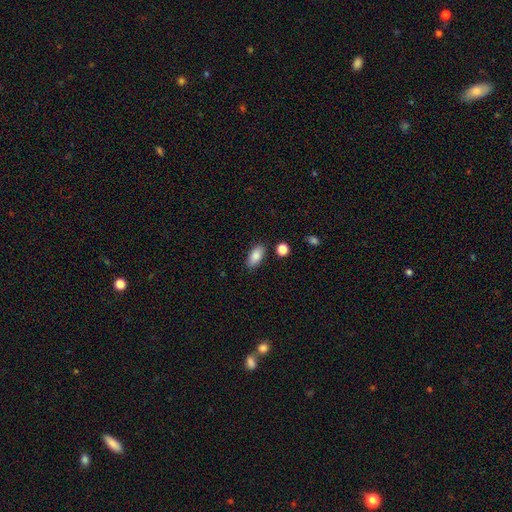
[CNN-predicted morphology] Q: Smooth or featured?
A: smooth (85%); runner-up: star or artifact (7%)
Q: How rounded?
A: in between (90%); runner-up: cigar-shaped (7%)
Q: Merging?
A: none (85%); runner-up: minor disturbance (10%)